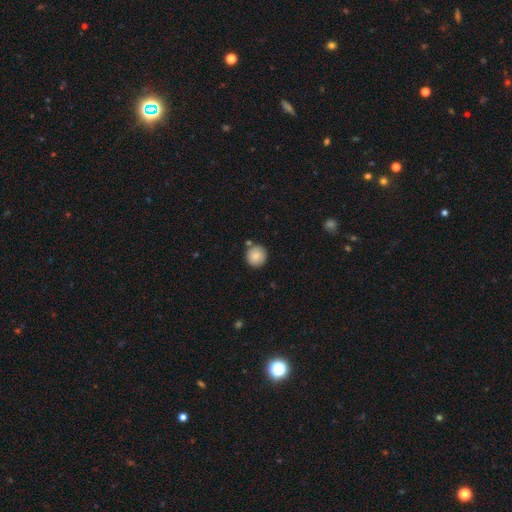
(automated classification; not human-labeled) Smooth or featured?
  - smooth: 85% *
  - star or artifact: 8%
  - featured or disk: 7%
How rounded?
  - round: 92% *
  - in between: 7%
  - cigar-shaped: 1%
Merging?
  - none: 83% *
  - minor disturbance: 9%
  - merger: 6%
  - major disturbance: 2%